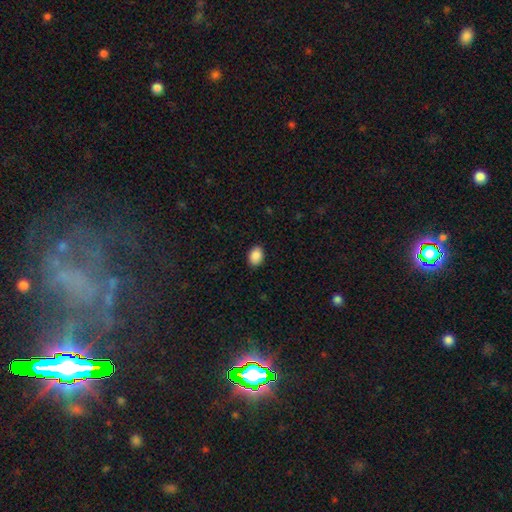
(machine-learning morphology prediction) Smooth or featured?
  - smooth: 89% *
  - star or artifact: 8%
  - featured or disk: 3%
How rounded?
  - in between: 77% *
  - round: 22%
  - cigar-shaped: 1%
Merging?
  - none: 89% *
  - minor disturbance: 8%
  - major disturbance: 2%
  - merger: 1%